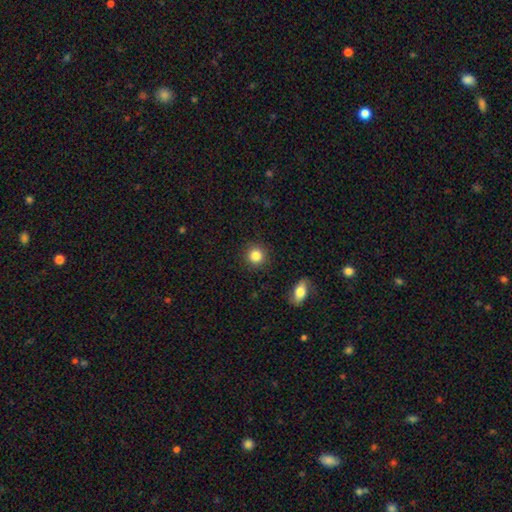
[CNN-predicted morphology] smooth_or_featured: smooth (p=0.85) [alt: star or artifact p=0.10]
how_rounded: round (p=0.92) [alt: in between p=0.07]
merging: none (p=0.91) [alt: minor disturbance p=0.06]